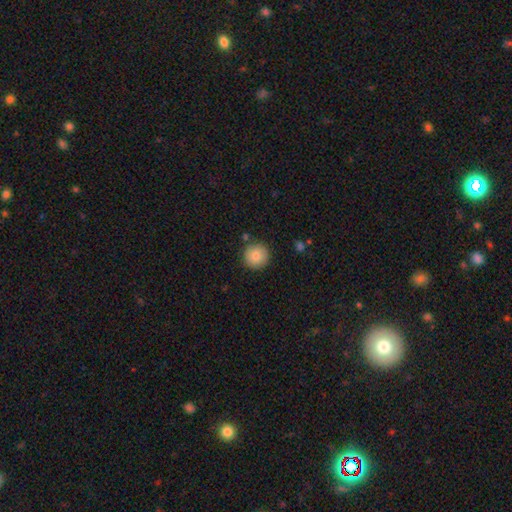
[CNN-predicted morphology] Q: Smooth or featured?
A: smooth (83%); runner-up: star or artifact (9%)
Q: How rounded?
A: round (95%); runner-up: in between (4%)
Q: Merging?
A: none (88%); runner-up: minor disturbance (8%)